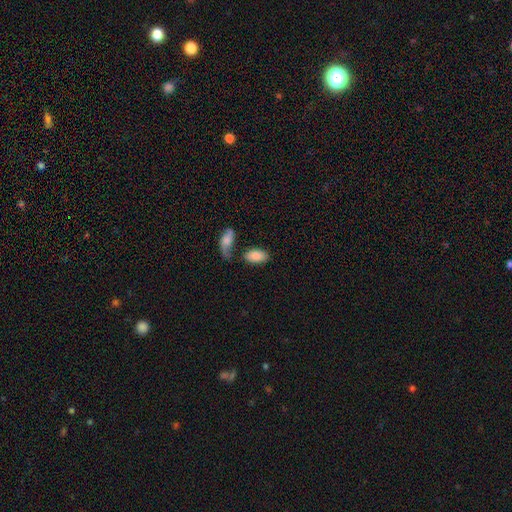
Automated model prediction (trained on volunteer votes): smooth 84%, featured or disk 9%, star or artifact 7%. Down the decision tree: how rounded — in between (95%); merging — none (62%).